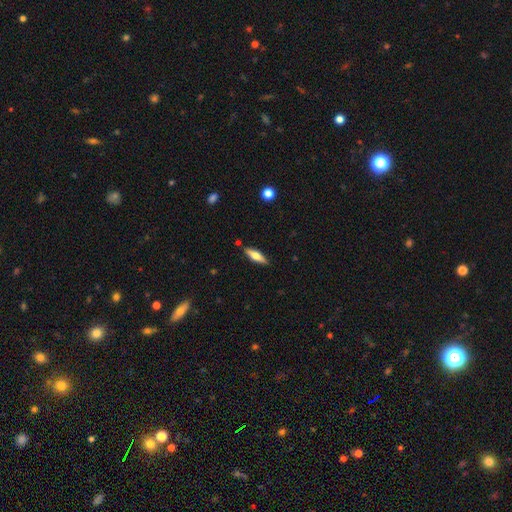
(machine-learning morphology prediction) Smooth or featured? Predicted: smooth (p=0.49). Merging? Predicted: none (p=0.87).